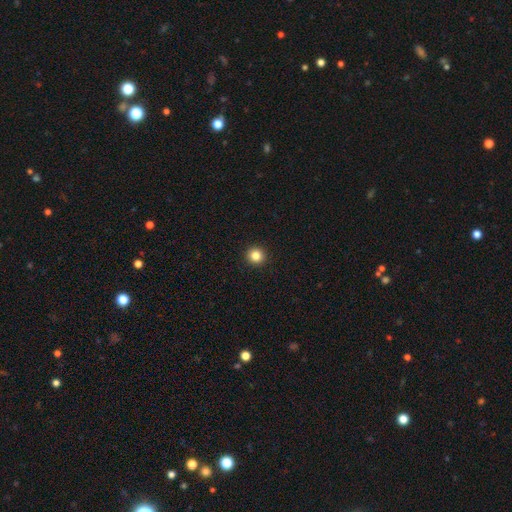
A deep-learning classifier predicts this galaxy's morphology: Smooth or featured? Predicted: smooth (p=0.84). How rounded? Predicted: round (p=0.95). Merging? Predicted: none (p=0.94).